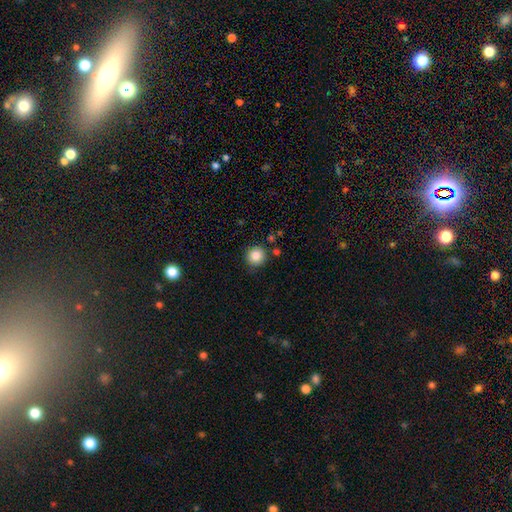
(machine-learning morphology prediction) smooth-or-featured: smooth: 86% | star or artifact: 10% | featured or disk: 4%
  how-rounded: round: 94% | in between: 5% | cigar-shaped: 1%
  merging: none: 85% | minor disturbance: 9% | merger: 3% | major disturbance: 3%